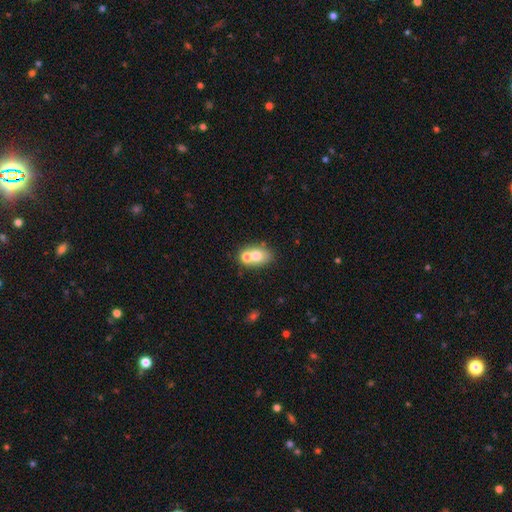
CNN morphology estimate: This appears to be a smooth galaxy with no disk features (69%) that is in between round and cigar-shaped (63%). Merging: merger (48%).